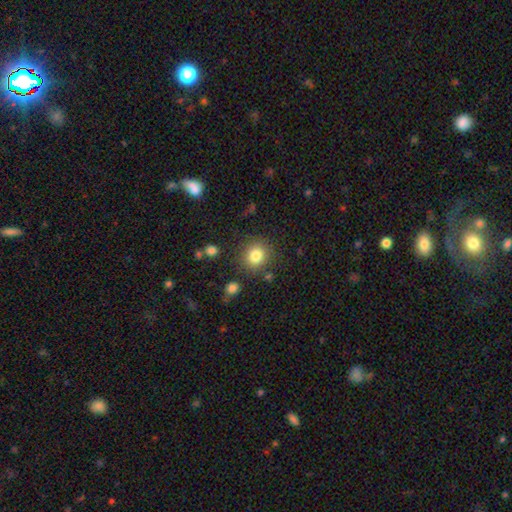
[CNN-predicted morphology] The model was most divided on "how rounded": round: 83%, in between: 16%, cigar-shaped: 1%. More confident: merging — none (84%); smooth or featured — smooth (82%).